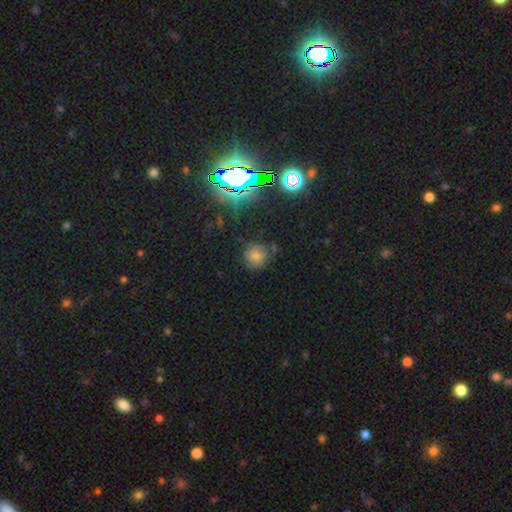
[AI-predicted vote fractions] Smooth or featured?
  - smooth: 56% *
  - star or artifact: 33%
  - featured or disk: 11%
How rounded?
  - round: 90% *
  - in between: 9%
  - cigar-shaped: 1%
Merging?
  - none: 81% *
  - minor disturbance: 12%
  - major disturbance: 4%
  - merger: 3%